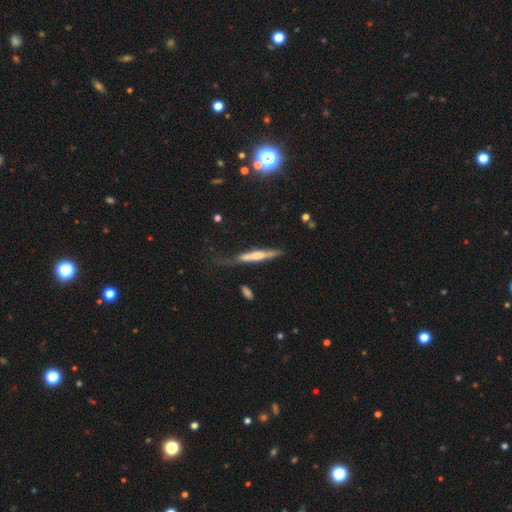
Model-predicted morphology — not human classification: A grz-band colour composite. It shows a featured or disk galaxy (48%). Merging: none (46%).